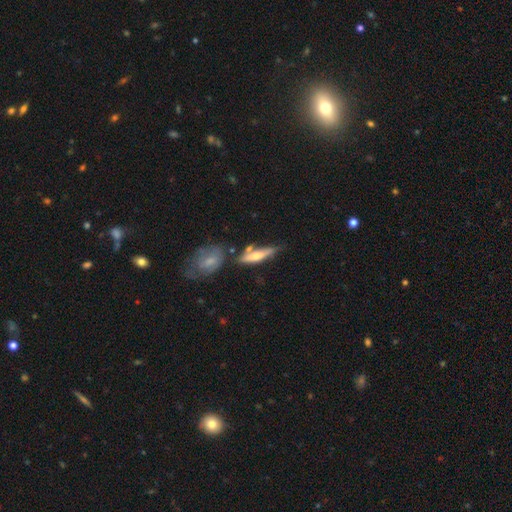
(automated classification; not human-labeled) A smooth galaxy with no disk features (47%).

Vote fractions:
- Smooth or featured? smooth: 47% / featured or disk: 46% / star or artifact: 6%
- Merging? none: 59% / minor disturbance: 20% / merger: 14% / major disturbance: 6%